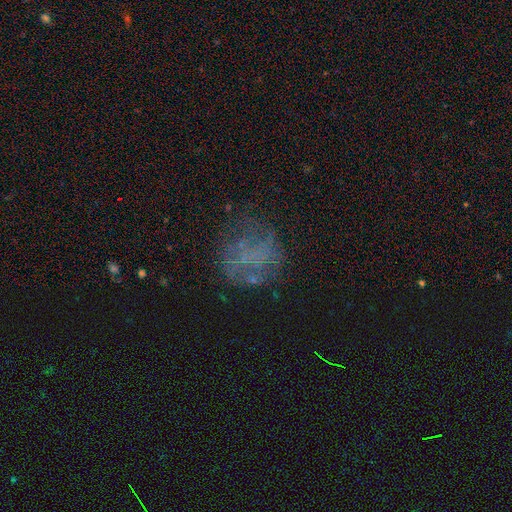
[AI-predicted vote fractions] Smooth or featured: featured or disk — 41% (smooth — 31%)
Merging: none — 66% (minor disturbance — 16%)